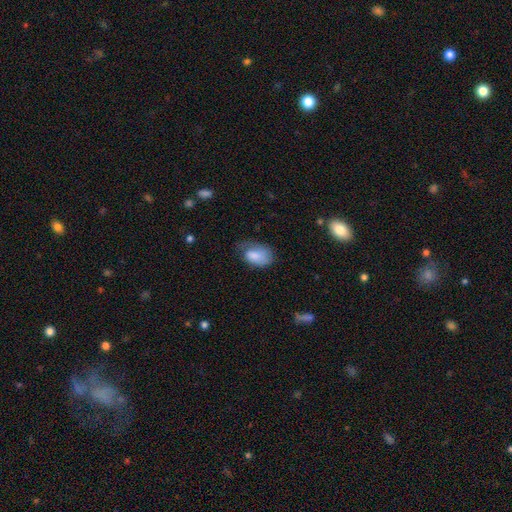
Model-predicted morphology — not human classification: smooth_or_featured: smooth (p=0.78) [alt: featured or disk p=0.15]
how_rounded: in between (p=0.89) [alt: round p=0.10]
merging: none (p=0.42) [alt: minor disturbance p=0.35]